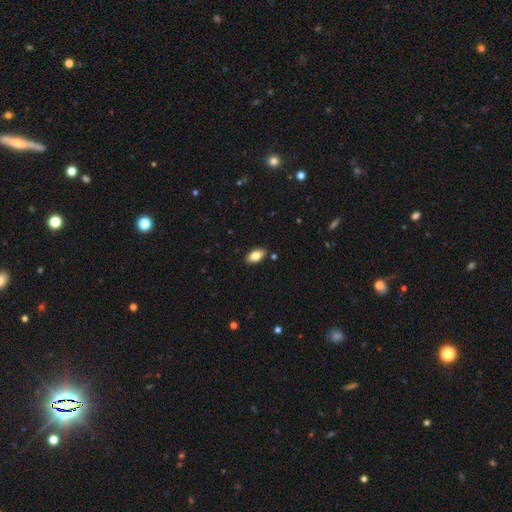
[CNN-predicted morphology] This is clearly a smooth galaxy (81%). How rounded: clearly in between (92%). Merging: clearly none (88%).